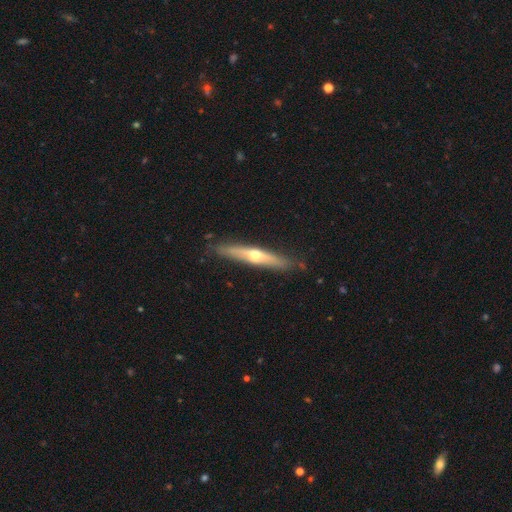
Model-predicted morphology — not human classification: Smooth or featured?
  - featured or disk: 62% *
  - smooth: 32%
  - star or artifact: 5%
Edge-on disk?
  - yes: 93% *
  - no: 7%
Edge-on bulge?
  - rounded: 88% *
  - none: 10%
  - boxy: 2%
Merging?
  - none: 85% *
  - minor disturbance: 12%
  - major disturbance: 2%
  - merger: 2%